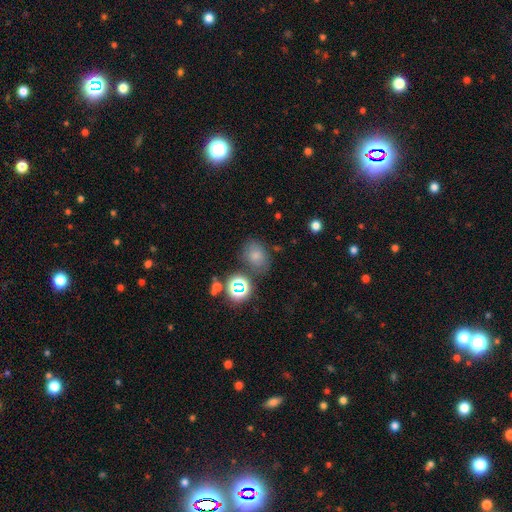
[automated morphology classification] Smooth or featured? smooth (71%)
How rounded? in between (61%)
Merging? none (70%)